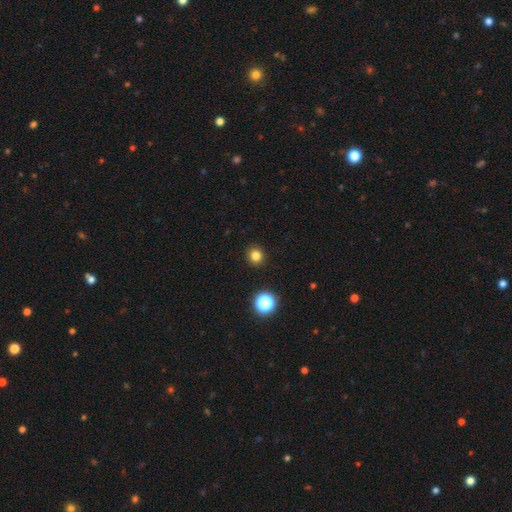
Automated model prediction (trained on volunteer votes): A smooth galaxy with no disk features (81%) that is round (92%). Merging: none (92%).